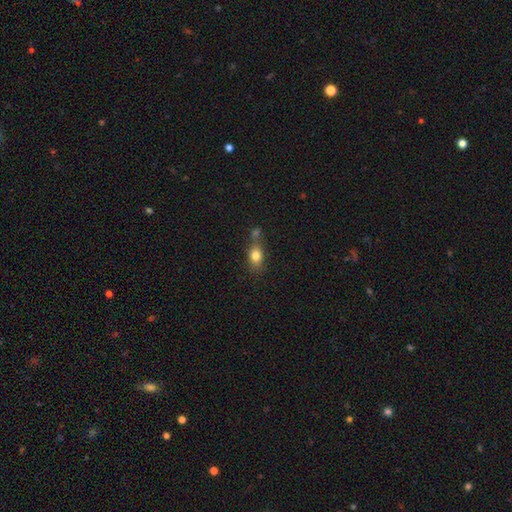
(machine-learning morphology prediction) Smooth or featured? Predicted: smooth (p=0.79). How rounded? Predicted: in between (p=0.66). Merging? Predicted: none (p=0.49).